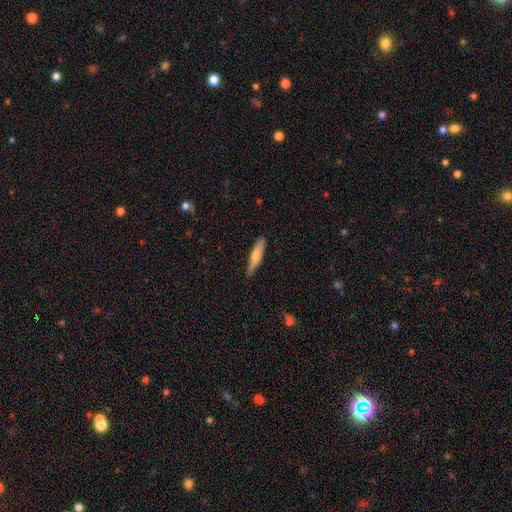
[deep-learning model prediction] Smooth or featured? Predicted: smooth (p=0.58). How rounded? Predicted: cigar-shaped (p=0.83). Merging? Predicted: none (p=0.83).